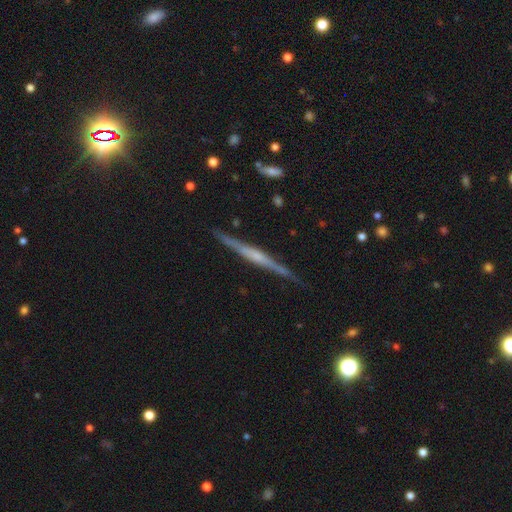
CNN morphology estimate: smooth-or-featured: featured or disk: 78% | smooth: 15% | star or artifact: 7%
  disk-edge-on: yes: 98% | no: 2%
    edge-on-bulge: rounded: 47% | none: 33% | boxy: 20%
  merging: none: 88% | minor disturbance: 9% | major disturbance: 2% | merger: 1%